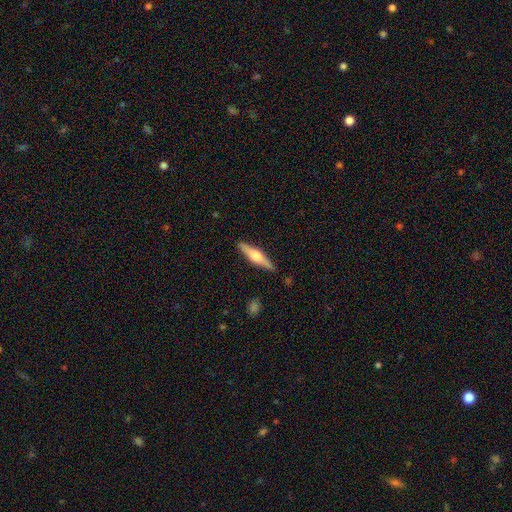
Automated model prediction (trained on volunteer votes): Q: Smooth or featured?
A: featured or disk (63%); runner-up: smooth (31%)
Q: Edge-on disk?
A: yes (97%); runner-up: no (3%)
Q: Edge-on bulge?
A: rounded (89%); runner-up: boxy (9%)
Q: Merging?
A: none (89%); runner-up: minor disturbance (8%)